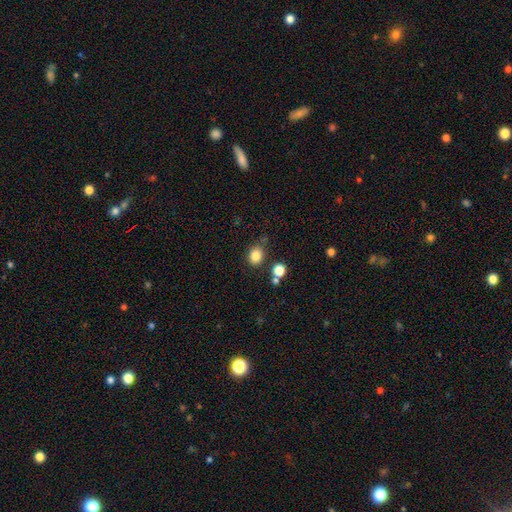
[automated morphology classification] Smooth or featured: smooth — 84% (star or artifact — 11%)
How rounded: round — 59% (in between — 40%)
Merging: none — 75% (minor disturbance — 14%)